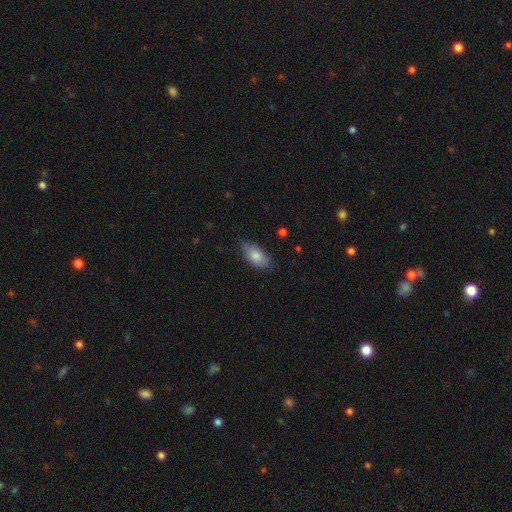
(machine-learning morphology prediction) smooth 81%, featured or disk 12%, star or artifact 6%. Down the decision tree: how rounded — in between (91%); merging — none (75%).